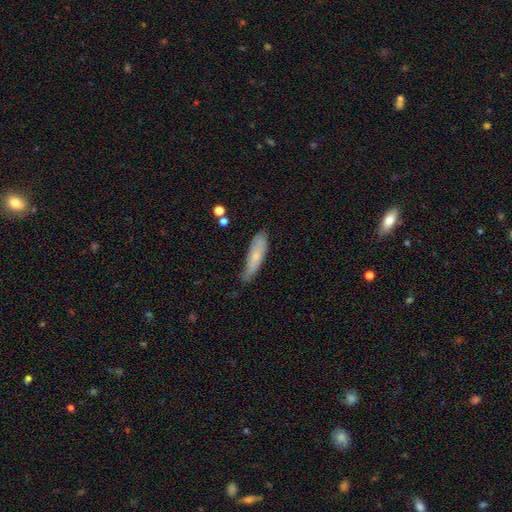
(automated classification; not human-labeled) This is likely a smooth galaxy (65%). How rounded: likely cigar-shaped (67%). Merging: likely none (60%).